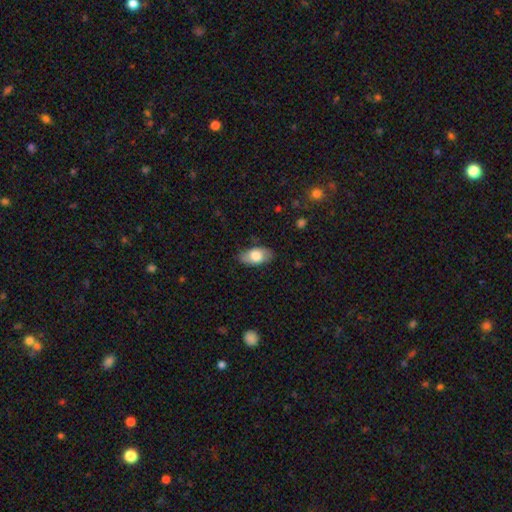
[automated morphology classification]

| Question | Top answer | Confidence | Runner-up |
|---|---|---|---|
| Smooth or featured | smooth | 74% | featured or disk (21%) |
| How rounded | in between | 93% | round (4%) |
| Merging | none | 82% | minor disturbance (14%) |